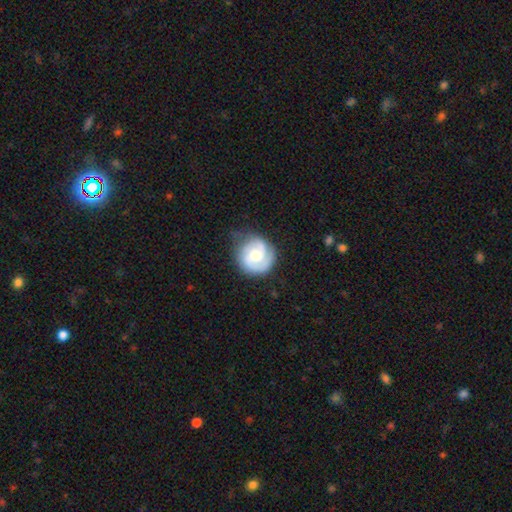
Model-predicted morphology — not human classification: Smooth or featured? Predicted: featured or disk (p=0.71). Edge-on disk? Predicted: no (p=0.98). Bar? Predicted: no (p=0.62). Spiral arms? Predicted: yes (p=0.93). Spiral winding? Predicted: tight (p=0.56). Spiral arm count? Predicted: 2 (p=0.51). Bulge size? Predicted: moderate (p=0.60). Merging? Predicted: none (p=0.67).